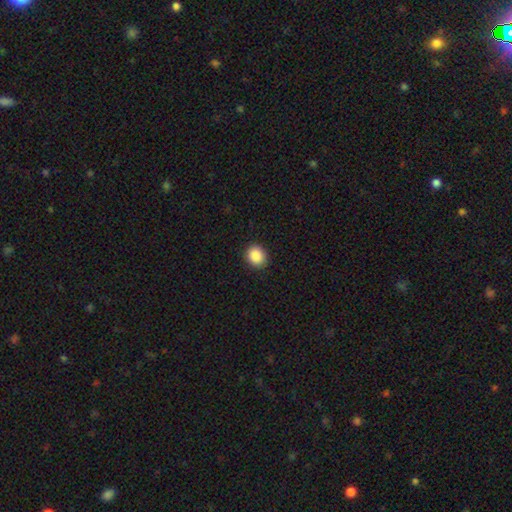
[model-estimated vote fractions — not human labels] smooth 89%, star or artifact 8%, featured or disk 3%. Down the decision tree: how rounded — round (74%); merging — none (90%).